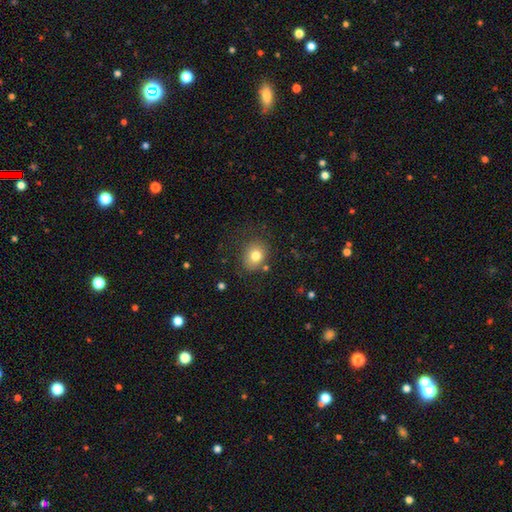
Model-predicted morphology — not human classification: A smooth galaxy with no disk features (78%) that is round (63%).

Vote fractions:
- Smooth or featured? smooth: 78% / star or artifact: 11% / featured or disk: 11%
- How rounded? round: 63% / in between: 36% / cigar-shaped: 1%
- Merging? none: 78% / minor disturbance: 13% / major disturbance: 5% / merger: 4%